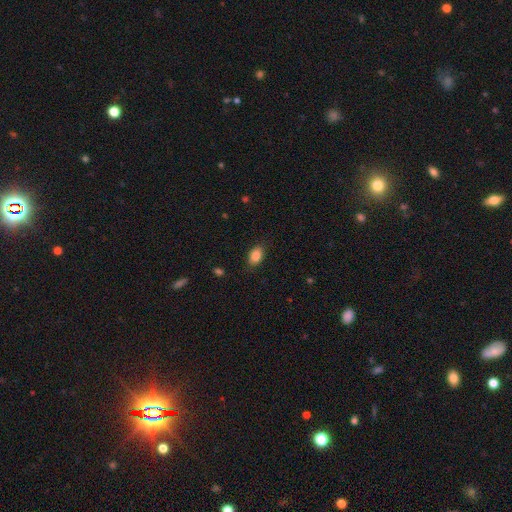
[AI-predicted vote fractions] smooth-or-featured: smooth: 86% | star or artifact: 8% | featured or disk: 6%
  how-rounded: in between: 87% | round: 11% | cigar-shaped: 2%
  merging: none: 84% | minor disturbance: 12% | major disturbance: 3% | merger: 1%